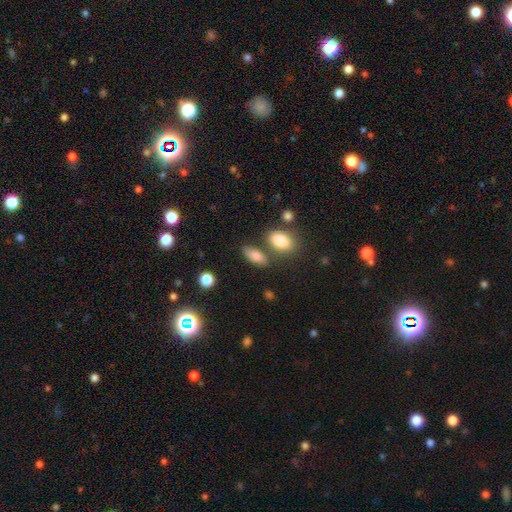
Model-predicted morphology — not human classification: A smooth galaxy with no disk features (81%) that is in between round and cigar-shaped (83%). Merging: none (68%).